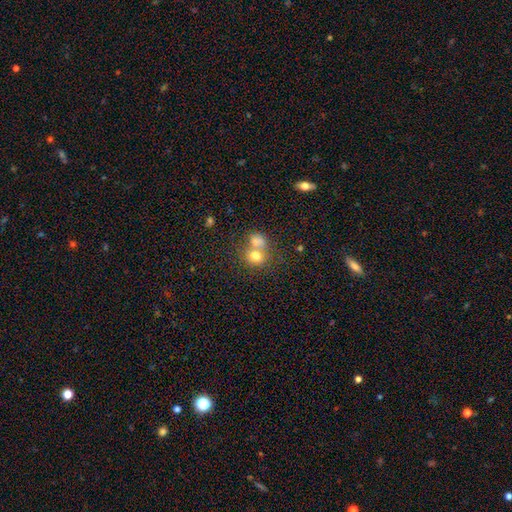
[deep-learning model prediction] Overall: smooth (73%). How rounded: round (75%). Merging: merger (55%; none 34%).